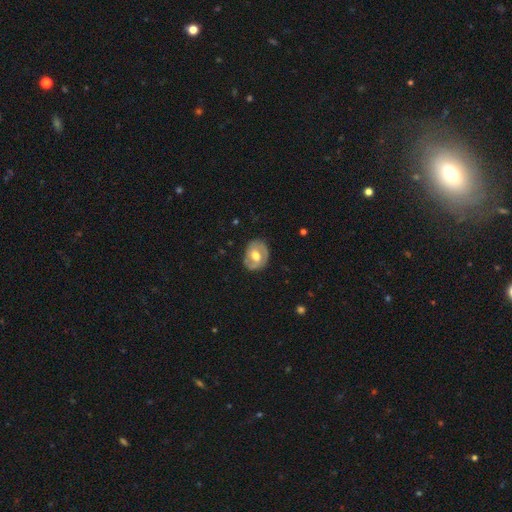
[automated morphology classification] Overall: featured or disk (55%; smooth 39%). Edge-on disk: no (95%). Bar: no (54%; weak 35%). Spiral arms: no (50%, tied with yes). Bulge size: moderate (67%). Merging: none (71%).